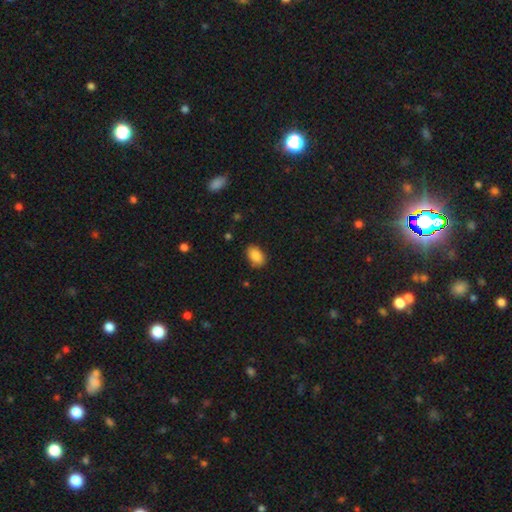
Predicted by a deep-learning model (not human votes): Overall: smooth (87%). How rounded: in between (89%). Merging: none (83%).